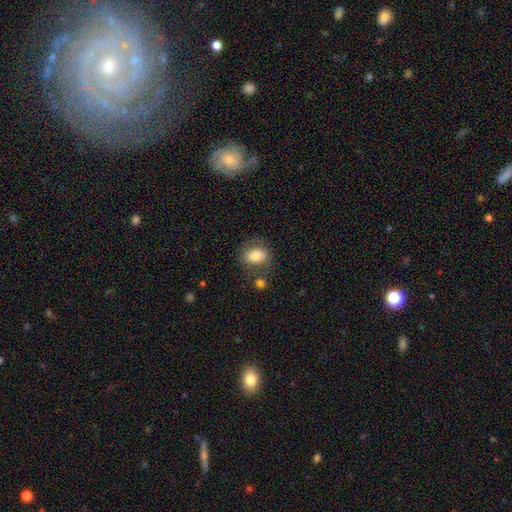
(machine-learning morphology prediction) The model was most divided on "how rounded": in between: 65%, round: 34%, cigar-shaped: 1%. More confident: smooth or featured — smooth (75%); merging — none (63%).